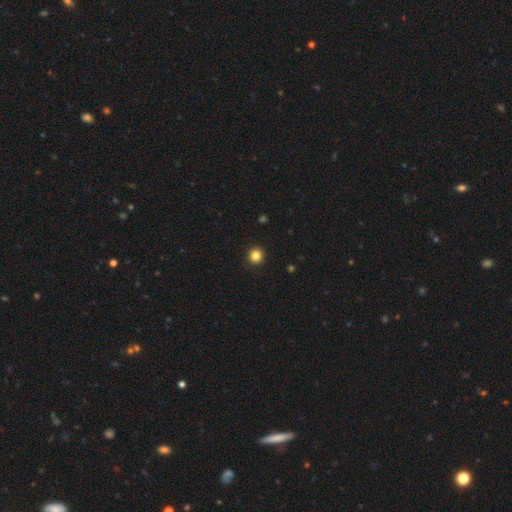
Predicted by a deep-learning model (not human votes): Smooth or featured? Predicted: smooth (p=0.84). How rounded? Predicted: round (p=0.96). Merging? Predicted: none (p=0.94).